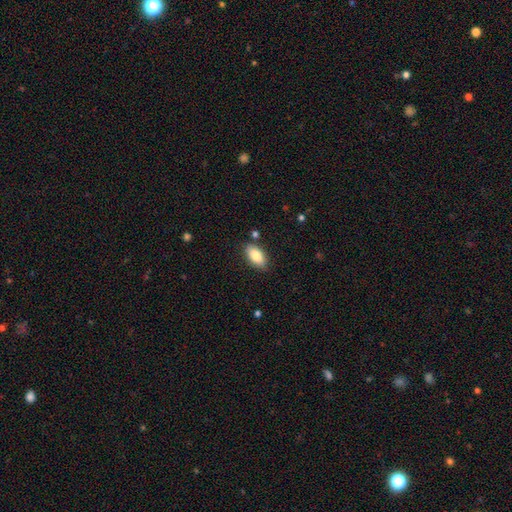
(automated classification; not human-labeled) Morphology: type=smooth (84%); roundness=in between (93%); merging=none (82%).